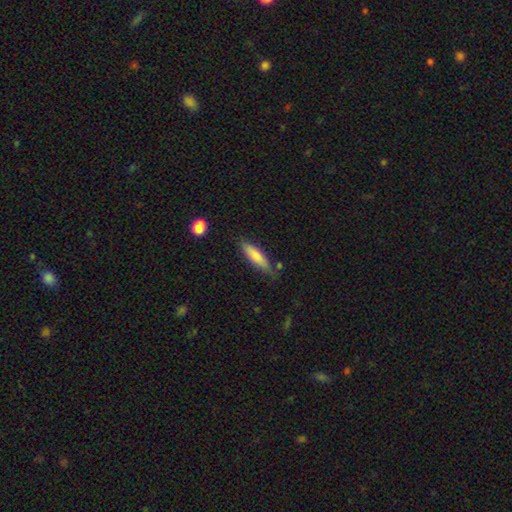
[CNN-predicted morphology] type=smooth (75%); roundness=cigar-shaped (69%); merging=none (72%).